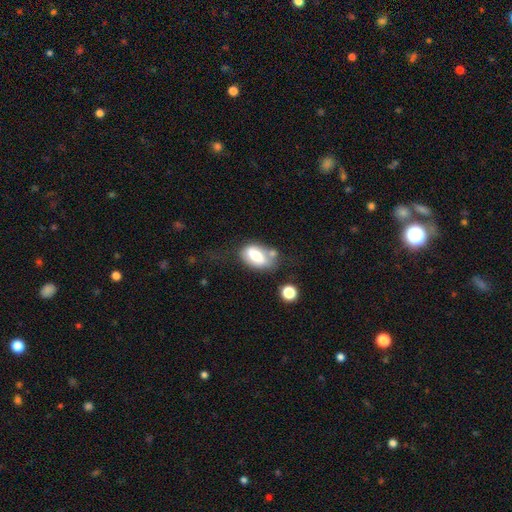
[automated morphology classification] A smooth galaxy with no disk features (58%) that is in between round and cigar-shaped (86%). Merging: none (45%).